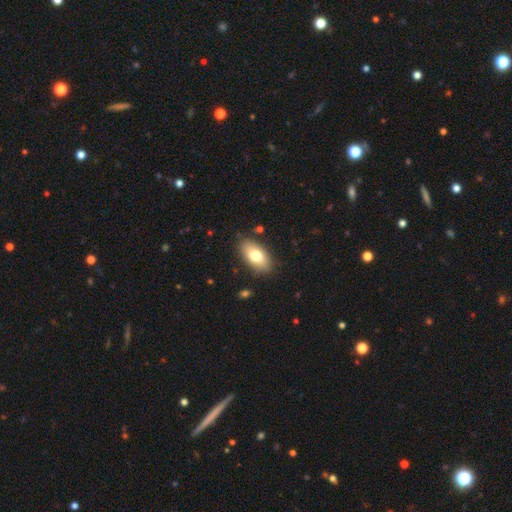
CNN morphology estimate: smooth-or-featured: smooth: 76% | featured or disk: 17% | star or artifact: 7%
  how-rounded: in between: 92% | round: 4% | cigar-shaped: 4%
  merging: none: 85% | minor disturbance: 11% | major disturbance: 3% | merger: 2%